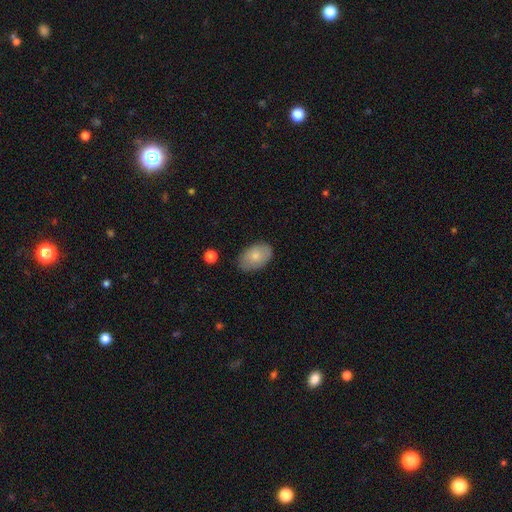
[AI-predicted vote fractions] smooth-or-featured: smooth: 76% | featured or disk: 18% | star or artifact: 6%
  how-rounded: in between: 91% | round: 8% | cigar-shaped: 1%
  merging: none: 80% | minor disturbance: 16% | major disturbance: 3% | merger: 1%